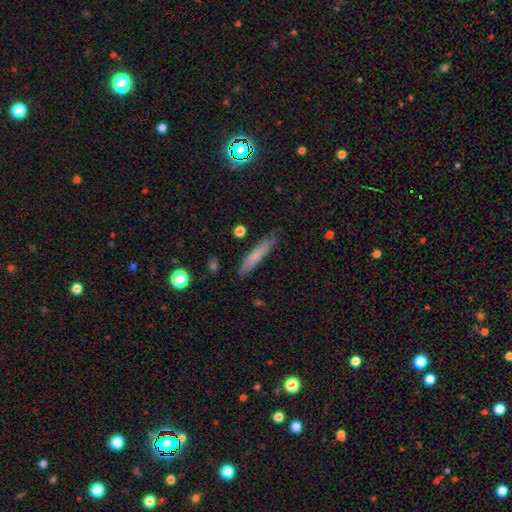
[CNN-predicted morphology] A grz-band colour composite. It shows a smooth galaxy with no disk features (75%) that is cigar-shaped (90%). Merging: none (83%).